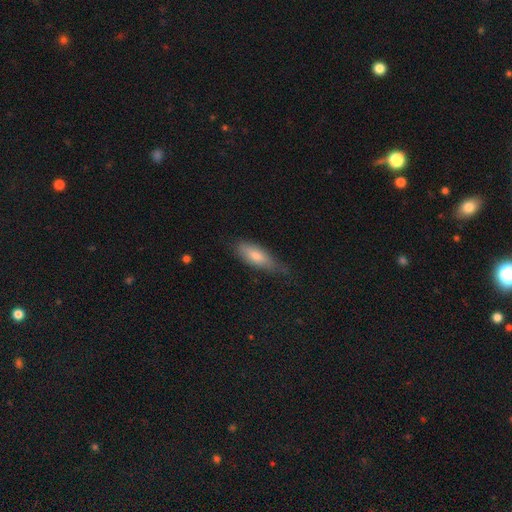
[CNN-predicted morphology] Smooth or featured: smooth — 71% (featured or disk — 22%)
How rounded: in between — 62% (cigar-shaped — 36%)
Merging: none — 56% (minor disturbance — 34%)